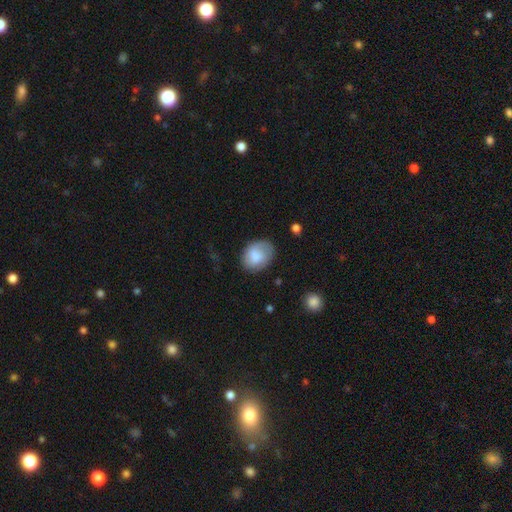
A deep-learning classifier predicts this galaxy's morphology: smooth-or-featured: smooth: 79% | featured or disk: 14% | star or artifact: 7%
  how-rounded: in between: 61% | round: 38% | cigar-shaped: 1%
  merging: none: 71% | minor disturbance: 21% | major disturbance: 6% | merger: 2%